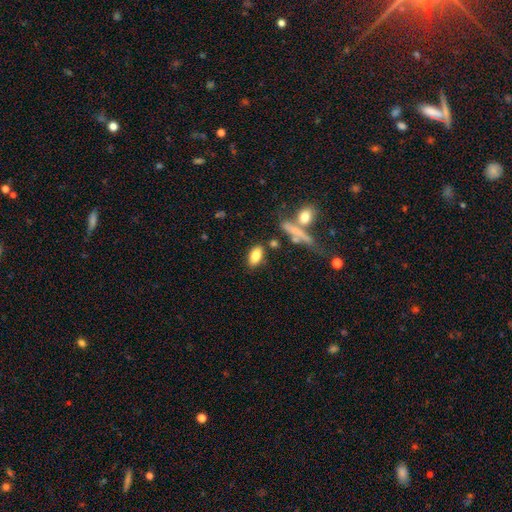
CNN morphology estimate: A smooth galaxy with no disk features (81%) that is in between round and cigar-shaped (86%).

Vote fractions:
- Smooth or featured? smooth: 81% / featured or disk: 10% / star or artifact: 8%
- How rounded? in between: 86% / cigar-shaped: 10% / round: 4%
- Merging? none: 78% / minor disturbance: 11% / merger: 7% / major disturbance: 4%